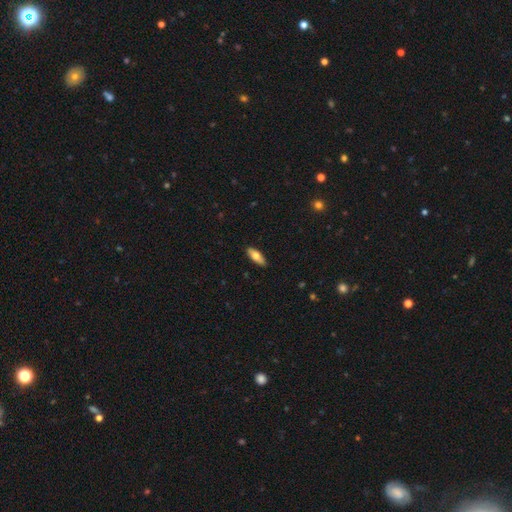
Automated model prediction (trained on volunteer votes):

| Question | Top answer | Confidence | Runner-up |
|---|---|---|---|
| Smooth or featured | smooth | 71% | featured or disk (23%) |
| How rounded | in between | 69% | cigar-shaped (29%) |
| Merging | none | 89% | minor disturbance (8%) |